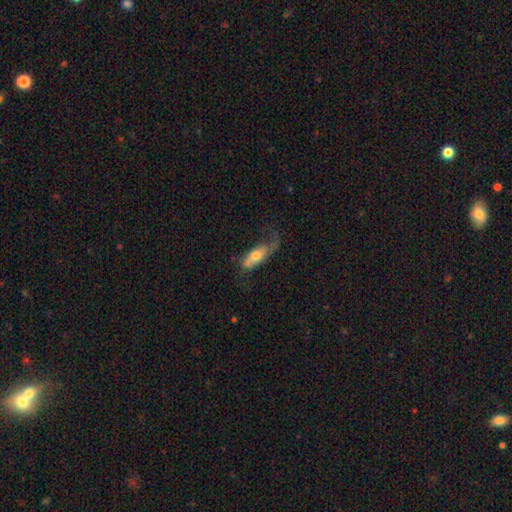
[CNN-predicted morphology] This appears to be a smooth galaxy with no disk features (52%) that is in between round and cigar-shaped (67%). Merging: none (37%).